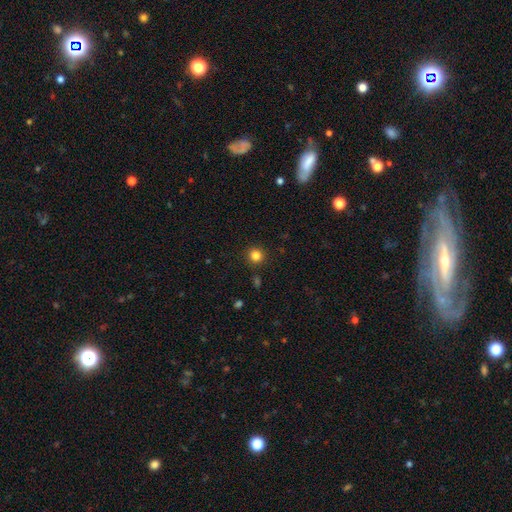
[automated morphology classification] Overall: smooth (83%). How rounded: round (93%). Merging: none (91%).